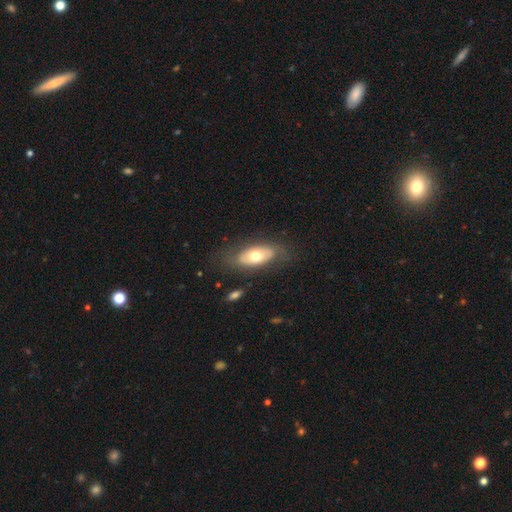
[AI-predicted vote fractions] smooth 53%, featured or disk 41%, star or artifact 6%. Down the decision tree: how rounded — in between (87%); merging — none (72%).